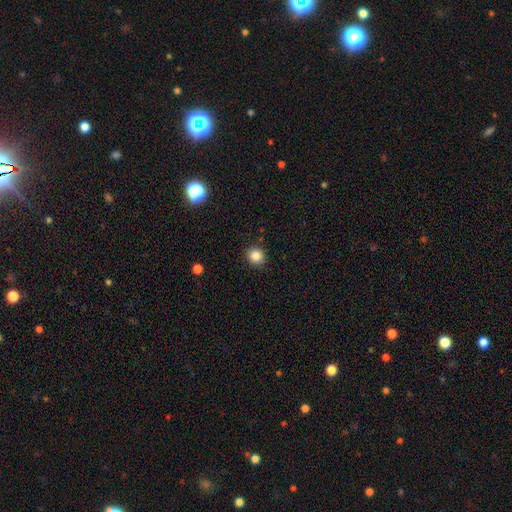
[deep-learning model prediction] smooth-or-featured: smooth: 85% | star or artifact: 11% | featured or disk: 4%
  how-rounded: round: 88% | in between: 11% | cigar-shaped: 1%
  merging: none: 89% | minor disturbance: 7% | major disturbance: 2% | merger: 1%